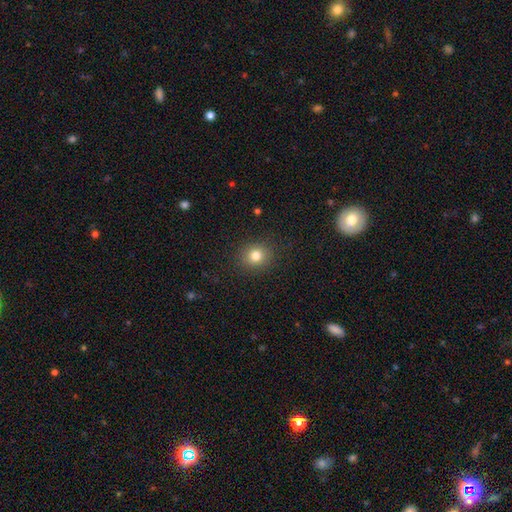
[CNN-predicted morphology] This appears to be a smooth galaxy with no disk features (80%) that is round (78%). Merging: none (89%).